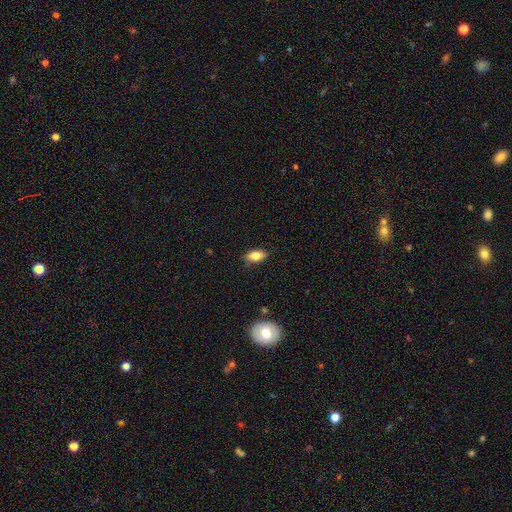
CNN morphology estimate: Smooth or featured?
  - smooth: 79% *
  - featured or disk: 13%
  - star or artifact: 8%
How rounded?
  - in between: 88% *
  - cigar-shaped: 6%
  - round: 6%
Merging?
  - none: 82% *
  - minor disturbance: 14%
  - major disturbance: 2%
  - merger: 2%